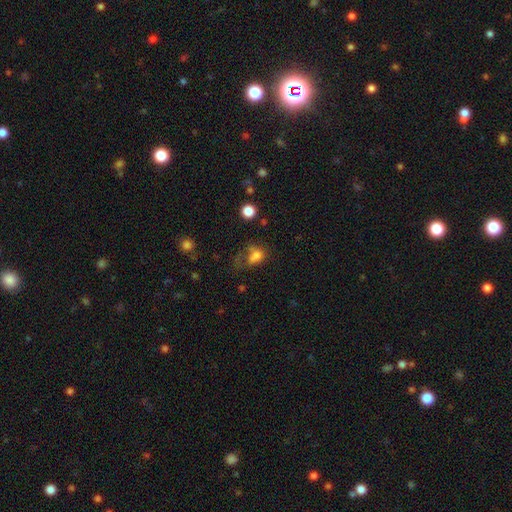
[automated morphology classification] A smooth galaxy with no disk features (72%) that is in between round and cigar-shaped (65%).

Vote fractions:
- Smooth or featured? smooth: 72% / featured or disk: 15% / star or artifact: 14%
- How rounded? in between: 65% / round: 33% / cigar-shaped: 2%
- Merging? major disturbance: 37% / none: 28% / minor disturbance: 20% / merger: 15%